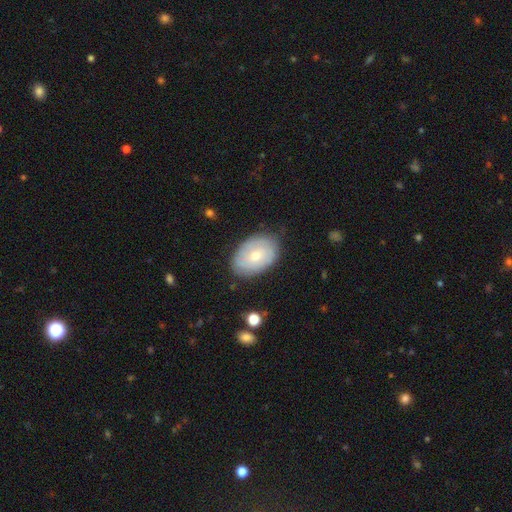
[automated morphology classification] Smooth or featured?
  - smooth: 48% *
  - featured or disk: 45%
  - star or artifact: 7%
Merging?
  - none: 78% *
  - minor disturbance: 17%
  - major disturbance: 4%
  - merger: 1%